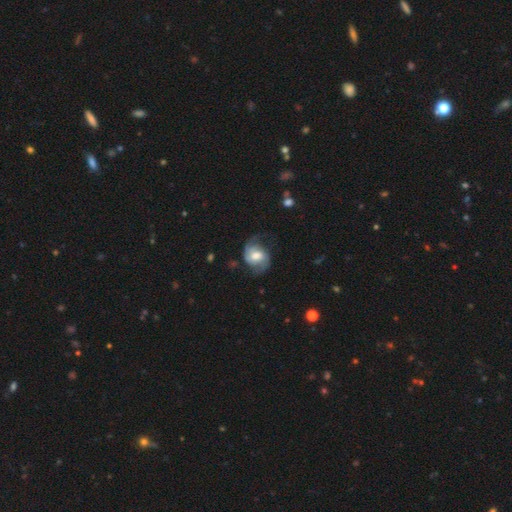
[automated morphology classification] featured or disk 74%, smooth 20%, star or artifact 6%. Down the decision tree: edge-on disk — no (97%); bar — no (45%); spiral arms — yes (92%); spiral arm count — 2 (87%); spiral winding — medium (47%); bulge size — moderate (52%); merging — none (62%).